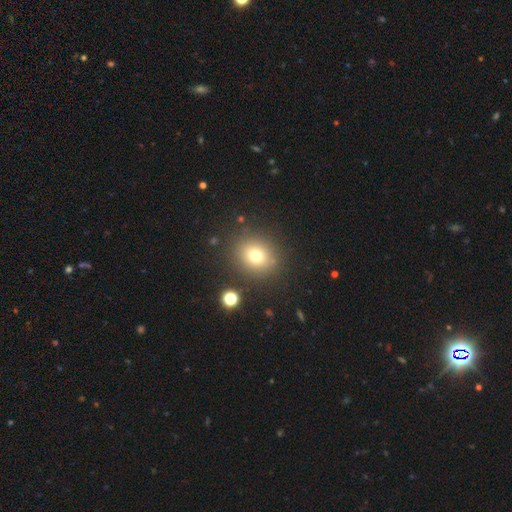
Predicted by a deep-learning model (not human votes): This appears to be a smooth galaxy with no disk features (73%) that is round (80%). Merging: none (86%).